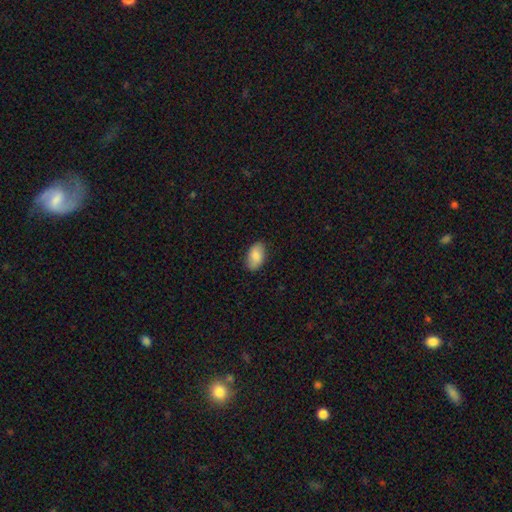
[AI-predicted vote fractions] A smooth galaxy with no disk features (84%) that is in between round and cigar-shaped (93%). Merging: none (84%).